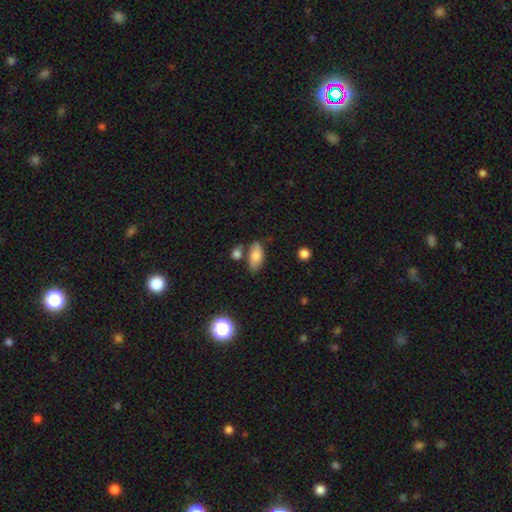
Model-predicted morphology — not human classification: A smooth galaxy with no disk features (71%) that is in between round and cigar-shaped (88%). Merging: none (64%).